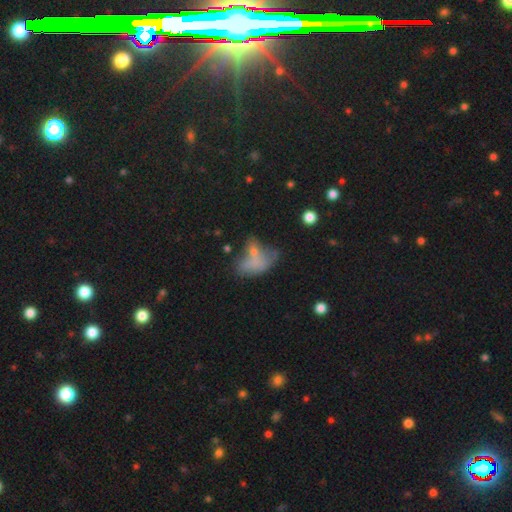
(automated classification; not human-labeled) A smooth galaxy with no disk features (61%) that is in between round and cigar-shaped (85%). Merging: merger (30%).